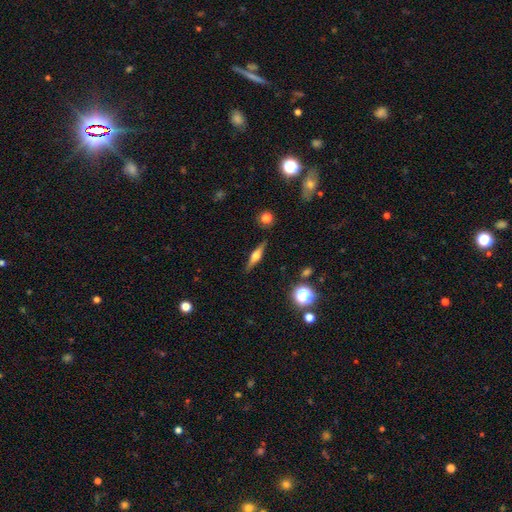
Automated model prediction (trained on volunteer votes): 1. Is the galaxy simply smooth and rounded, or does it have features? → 60% featured or disk, 32% smooth, 8% star or artifact.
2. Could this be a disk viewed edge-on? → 96% yes, 4% no.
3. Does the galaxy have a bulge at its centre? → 90% rounded, 7% boxy, 3% none.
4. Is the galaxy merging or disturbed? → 88% none, 8% minor disturbance, 2% major disturbance, 2% merger.